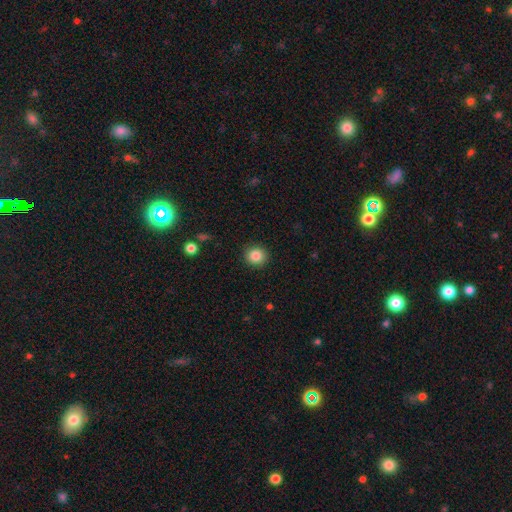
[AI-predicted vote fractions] smooth 85%, star or artifact 10%, featured or disk 5%. Down the decision tree: how rounded — round (88%); merging — none (91%).